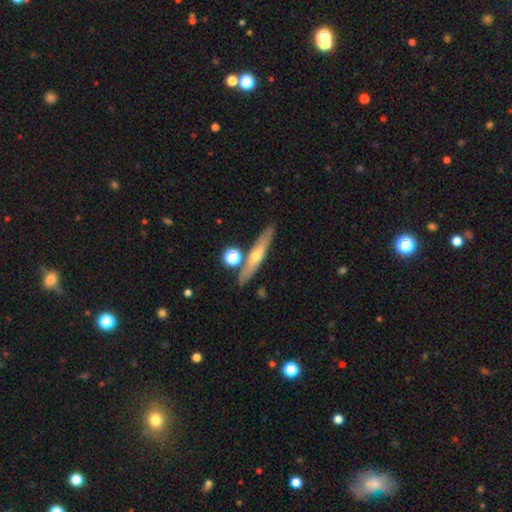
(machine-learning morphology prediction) Smooth or featured: featured or disk — 57% (smooth — 36%)
Edge-on disk: yes — 89% (no — 11%)
Edge-on bulge: rounded — 84% (none — 13%)
Merging: none — 81% (minor disturbance — 9%)